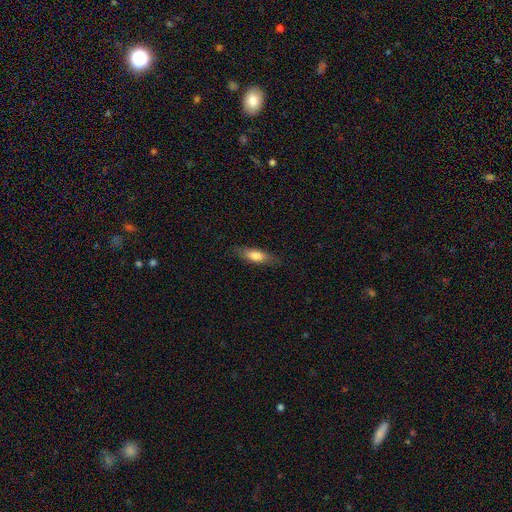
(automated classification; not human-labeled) smooth 73%, featured or disk 21%, star or artifact 6%. Down the decision tree: how rounded — in between (57%); merging — none (80%).